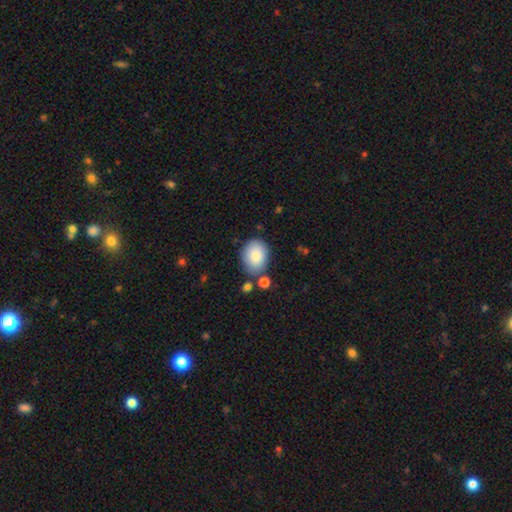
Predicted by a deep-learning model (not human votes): This appears to be a smooth galaxy with no disk features (83%) that is in between round and cigar-shaped (57%). Merging: none (73%).